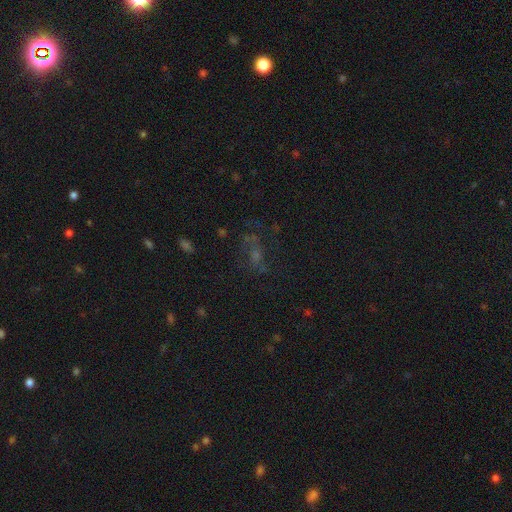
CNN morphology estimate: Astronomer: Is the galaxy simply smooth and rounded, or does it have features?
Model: star or artifact — 42% (runner-up: featured or disk, 35%).